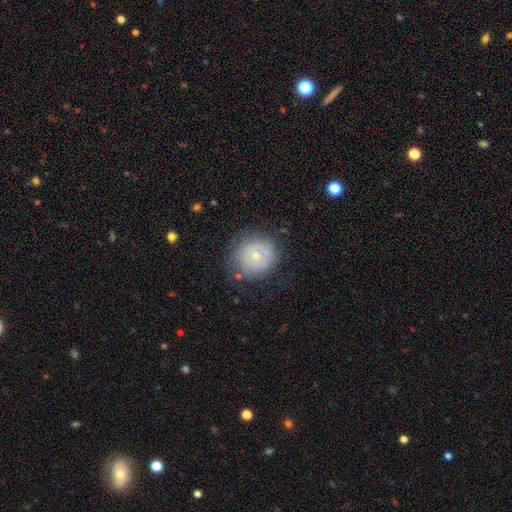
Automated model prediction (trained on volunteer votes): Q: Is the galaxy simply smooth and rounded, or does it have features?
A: smooth — 50%.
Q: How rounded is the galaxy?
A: round — 86%.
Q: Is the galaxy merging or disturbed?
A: none — 71%.